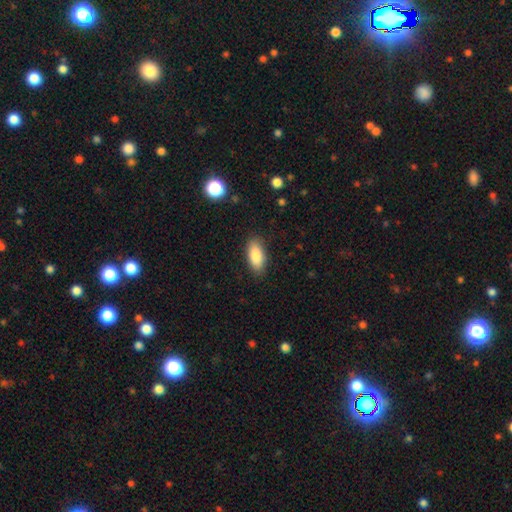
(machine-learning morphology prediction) This appears to be a smooth galaxy with no disk features (87%) that is in between round and cigar-shaped (87%). Merging: none (86%).